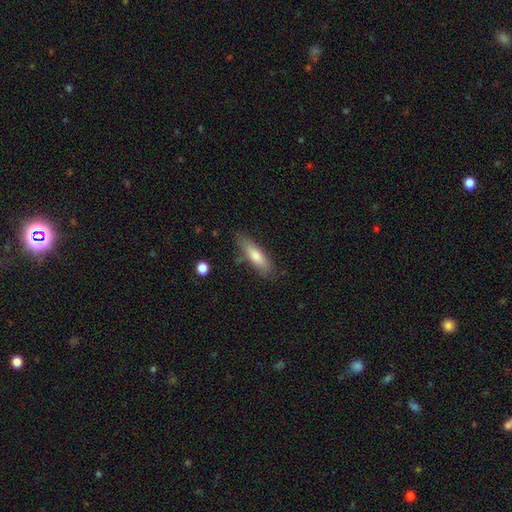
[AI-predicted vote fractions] smooth 74%, featured or disk 19%, star or artifact 6%. Down the decision tree: how rounded — cigar-shaped (60%); merging — none (76%).